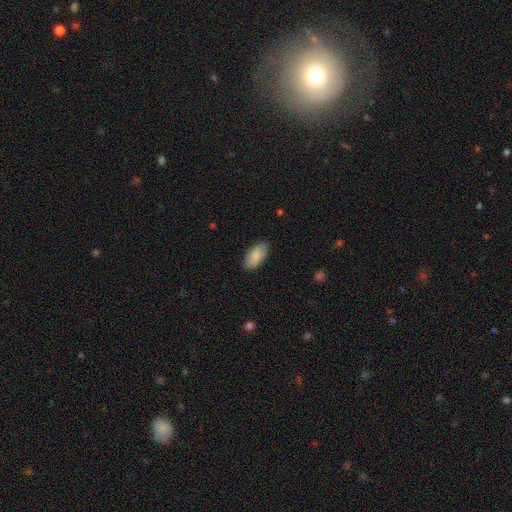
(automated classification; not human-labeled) Smooth or featured? Predicted: smooth (p=0.87). How rounded? Predicted: in between (p=0.94). Merging? Predicted: none (p=0.85).